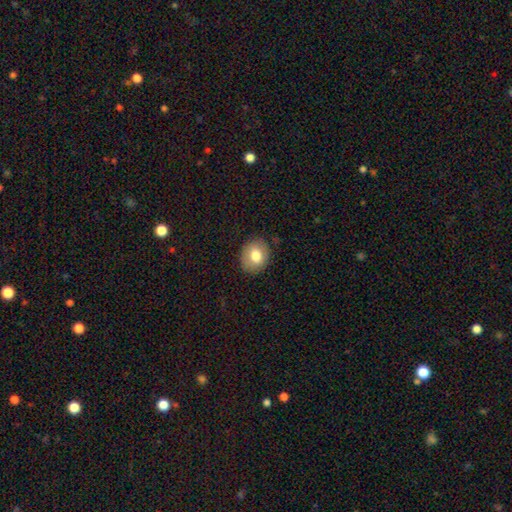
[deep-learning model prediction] This is likely a smooth galaxy (77%). How rounded: possibly round (53%). Merging: clearly none (87%).